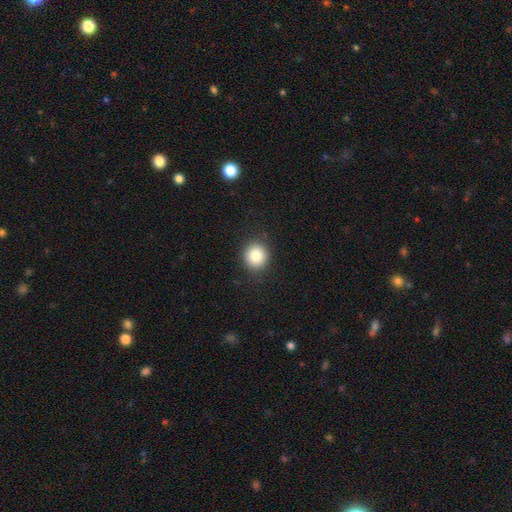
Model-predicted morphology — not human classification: smooth 85%, star or artifact 10%, featured or disk 6%. Down the decision tree: how rounded — round (88%); merging — none (89%).